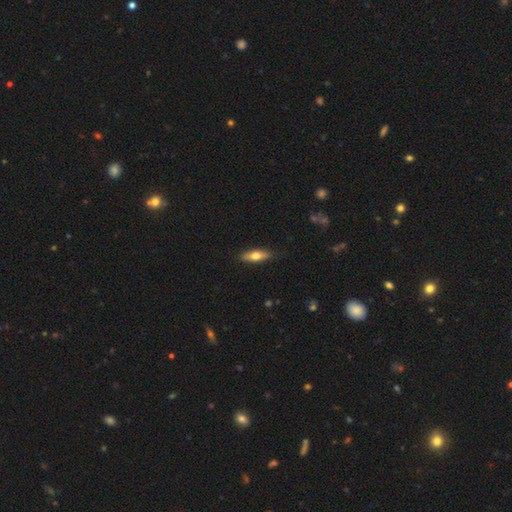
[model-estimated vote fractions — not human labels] Smooth or featured? Predicted: smooth (p=0.62). How rounded? Predicted: cigar-shaped (p=0.50). Merging? Predicted: none (p=0.85).